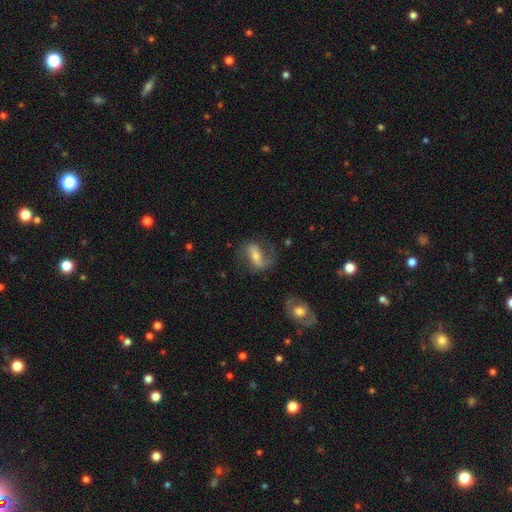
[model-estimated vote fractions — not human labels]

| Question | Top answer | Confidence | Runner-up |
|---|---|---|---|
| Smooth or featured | featured or disk | 70% | smooth (23%) |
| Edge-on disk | no | 94% | yes (6%) |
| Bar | strong | 44% | weak (34%) |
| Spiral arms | yes | 89% | no (11%) |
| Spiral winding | loose | 49% | medium (38%) |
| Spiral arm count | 2 | 67% | 1 (25%) |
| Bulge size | small | 45% | moderate (43%) |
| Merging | none | 59% | minor disturbance (20%) |